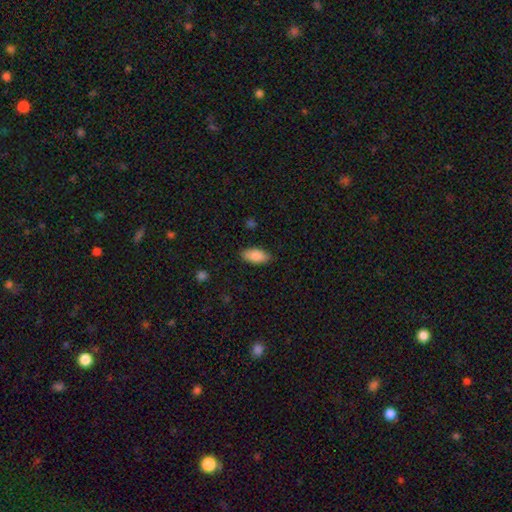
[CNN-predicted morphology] This is clearly a smooth galaxy (88%). How rounded: clearly in between (91%). Merging: clearly none (85%).